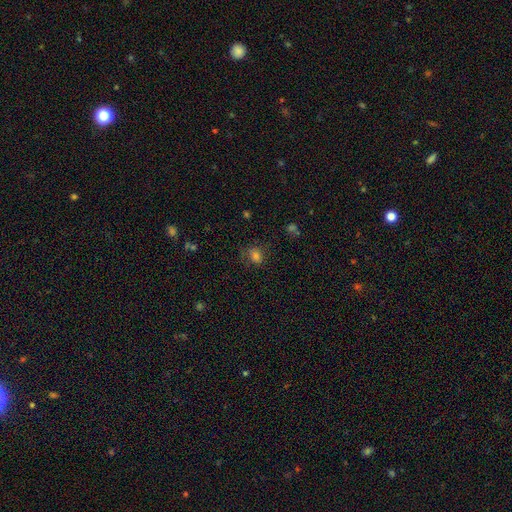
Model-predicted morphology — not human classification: smooth 72%, star or artifact 17%, featured or disk 11%. Down the decision tree: how rounded — round (57%); merging — none (68%).